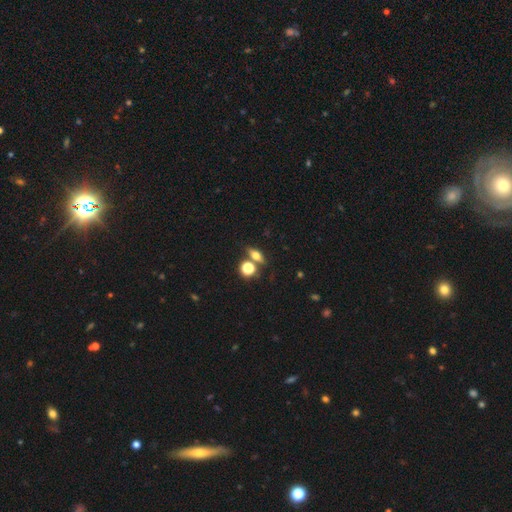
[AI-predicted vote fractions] A smooth galaxy with no disk features (55%) that is in between round and cigar-shaped (52%).

Vote fractions:
- Smooth or featured? smooth: 55% / featured or disk: 29% / star or artifact: 16%
- How rounded? in between: 52% / round: 27% / cigar-shaped: 21%
- Merging? none: 70% / merger: 16% / minor disturbance: 11% / major disturbance: 4%